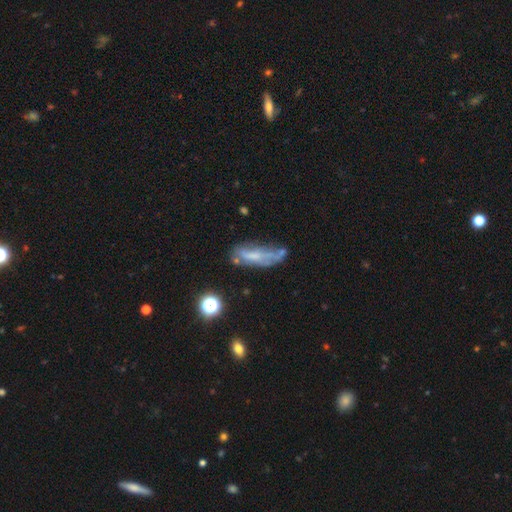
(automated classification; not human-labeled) This is possibly a featured or disk galaxy (48%). Merging: marginally none (40%).